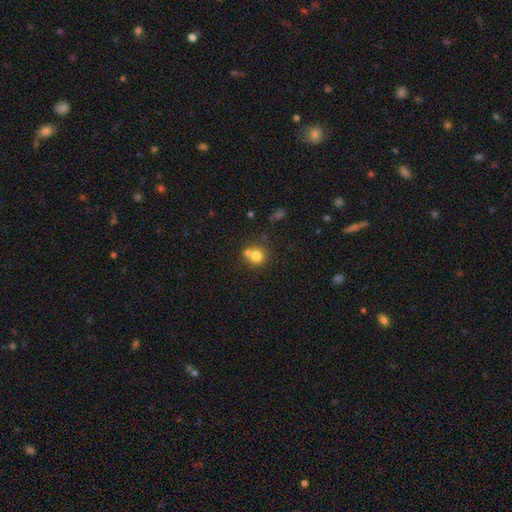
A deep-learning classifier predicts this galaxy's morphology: The model was most divided on "merging": none: 50%, merger: 38%, minor disturbance: 9%, major disturbance: 3%. More confident: how rounded — round (88%); smooth or featured — smooth (76%).